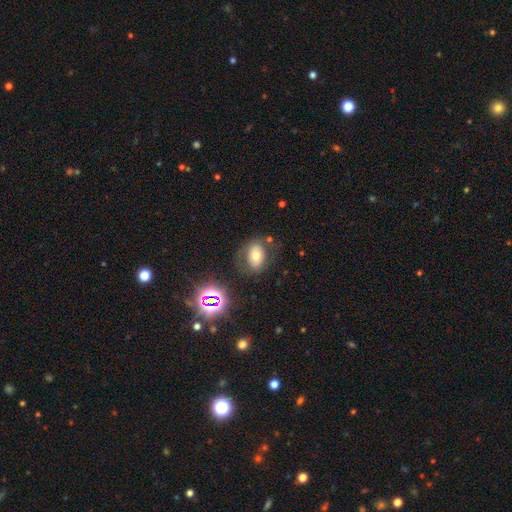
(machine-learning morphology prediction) Q: Smooth or featured?
A: smooth (57%); runner-up: featured or disk (26%)
Q: How rounded?
A: in between (75%); runner-up: round (24%)
Q: Merging?
A: none (69%); runner-up: minor disturbance (17%)